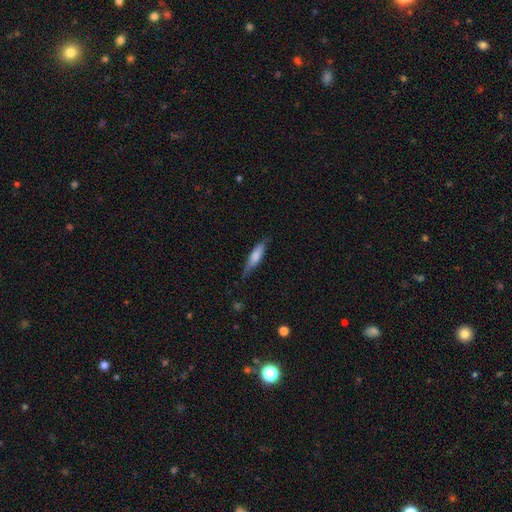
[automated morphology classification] Overall: smooth (68%). How rounded: cigar-shaped (70%). Merging: none (69%).